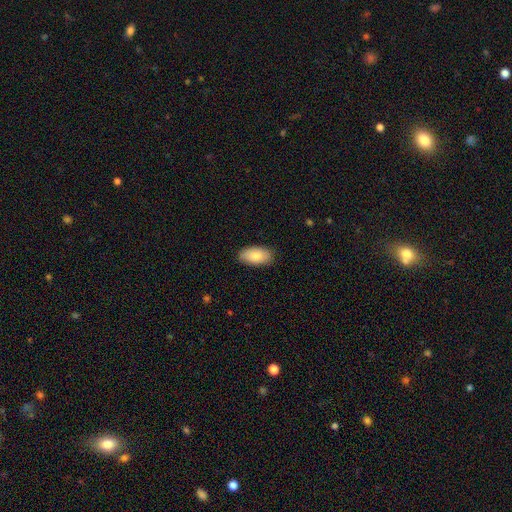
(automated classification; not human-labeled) Q: Smooth or featured?
A: smooth (83%); runner-up: featured or disk (11%)
Q: How rounded?
A: in between (94%); runner-up: cigar-shaped (3%)
Q: Merging?
A: none (85%); runner-up: minor disturbance (12%)